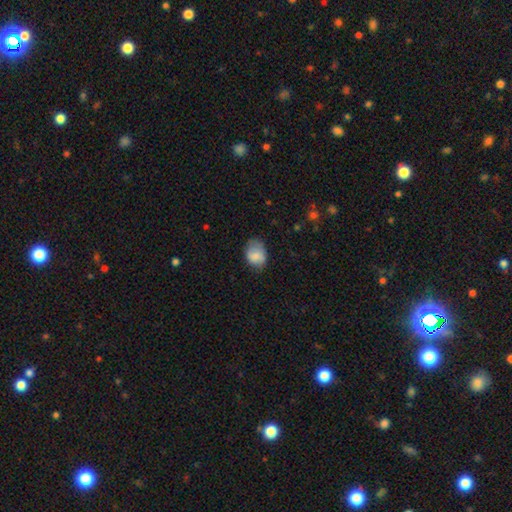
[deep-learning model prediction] This is clearly a smooth galaxy (81%). How rounded: likely in between (71%). Merging: likely none (62%).